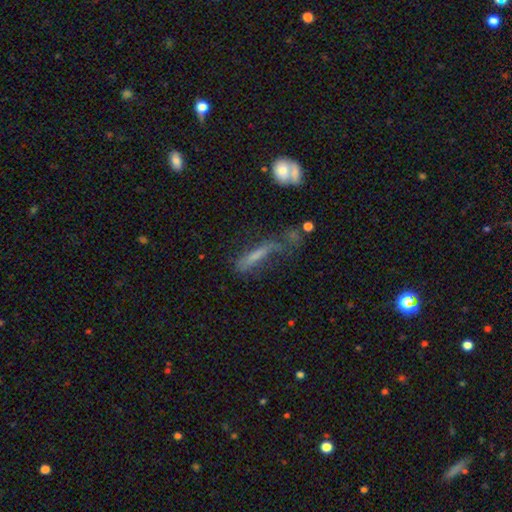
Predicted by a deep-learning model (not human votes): Morphology: type=smooth (53%); roundness=cigar-shaped (78%); merging=major disturbance (34%).